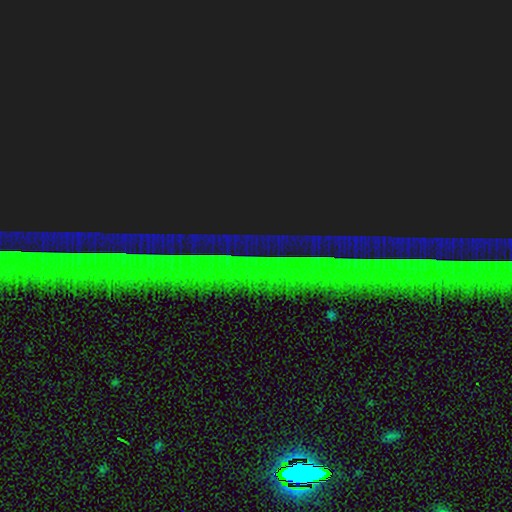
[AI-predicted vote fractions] smooth-or-featured: star or artifact: 85% | featured or disk: 8% | smooth: 7%